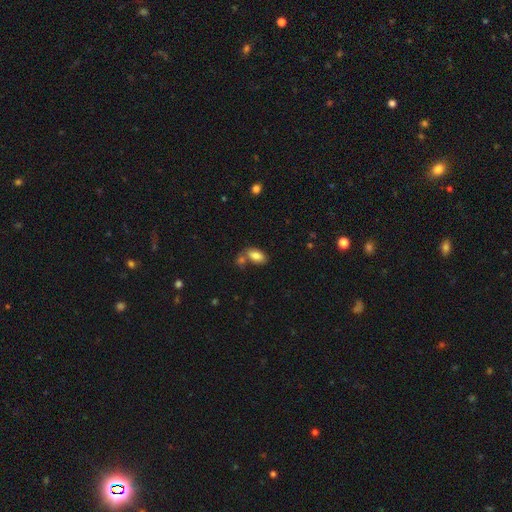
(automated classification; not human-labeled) A smooth galaxy with no disk features (83%) that is in between round and cigar-shaped (92%). Merging: none (54%).